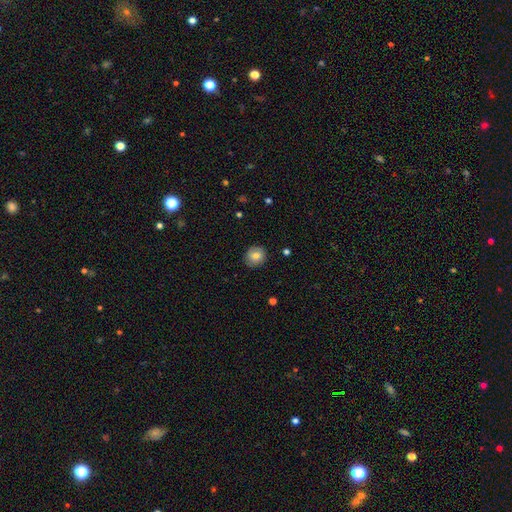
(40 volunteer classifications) This is clearly a smooth galaxy (88%). How rounded: clearly round (94%). Merging: clearly none (89%).